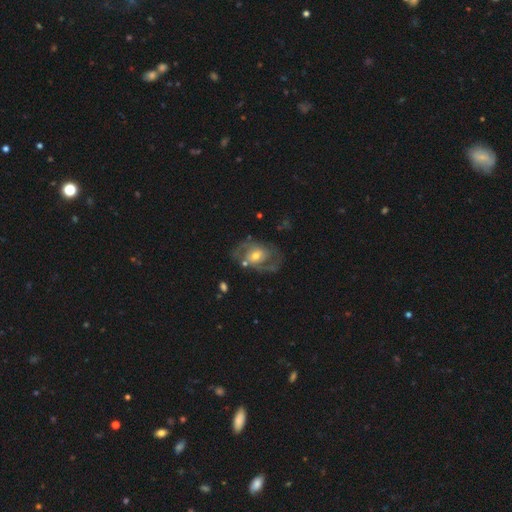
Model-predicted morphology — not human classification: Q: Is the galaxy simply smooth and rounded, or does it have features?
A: featured or disk — 77%.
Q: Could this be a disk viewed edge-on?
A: no — 96%.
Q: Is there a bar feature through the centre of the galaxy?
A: no — 57%.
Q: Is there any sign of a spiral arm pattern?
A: yes — 80%.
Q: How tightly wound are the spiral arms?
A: medium — 48%.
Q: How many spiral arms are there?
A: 2 — 74%.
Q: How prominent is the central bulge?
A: moderate — 61%.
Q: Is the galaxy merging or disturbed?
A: none — 64%.